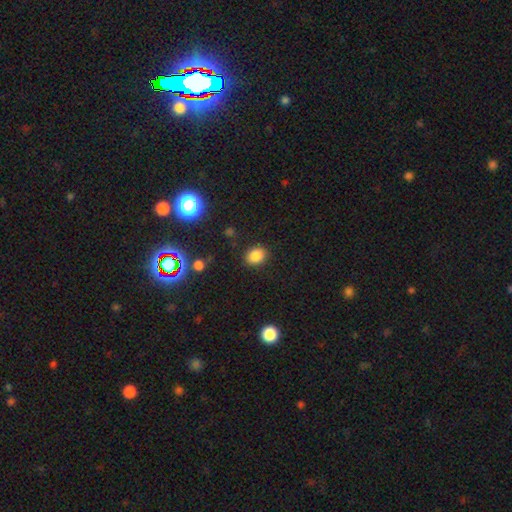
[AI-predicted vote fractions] Q: Smooth or featured?
A: smooth (83%); runner-up: star or artifact (12%)
Q: How rounded?
A: in between (52%); runner-up: round (47%)
Q: Merging?
A: none (87%); runner-up: minor disturbance (9%)